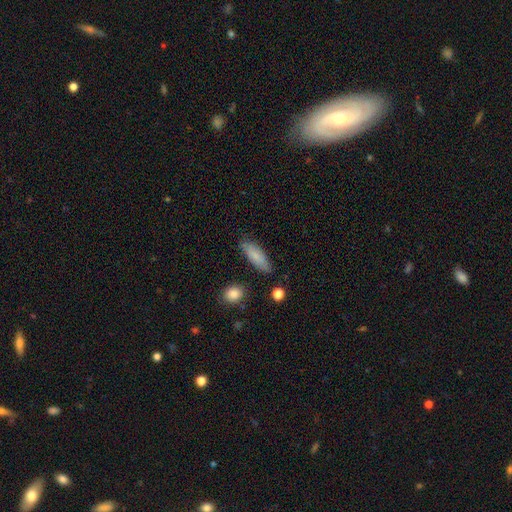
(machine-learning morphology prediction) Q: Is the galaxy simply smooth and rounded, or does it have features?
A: smooth — 82%.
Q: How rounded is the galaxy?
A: in between — 56%.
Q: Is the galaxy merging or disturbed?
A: none — 81%.